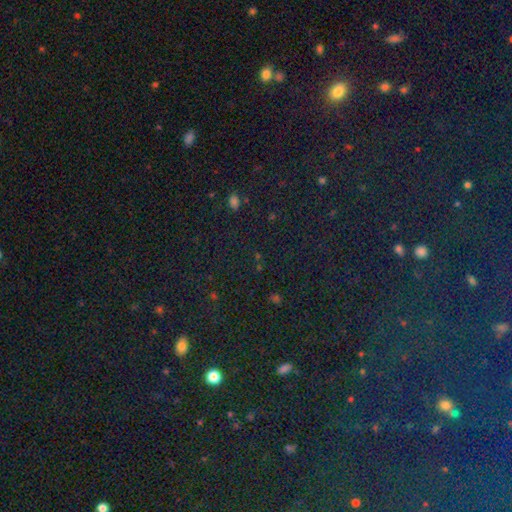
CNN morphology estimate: A star or artifact, not a galaxy (76%).

Vote fractions:
- Smooth or featured? star or artifact: 76% / smooth: 16% / featured or disk: 8%